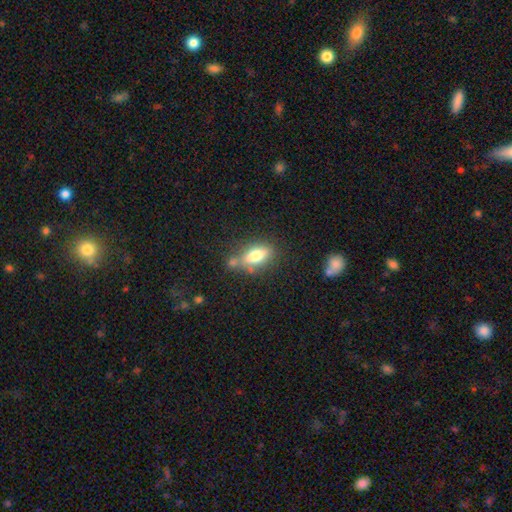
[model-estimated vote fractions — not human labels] smooth-or-featured: smooth: 72% | featured or disk: 19% | star or artifact: 8%
  how-rounded: in between: 80% | cigar-shaped: 14% | round: 6%
  merging: none: 55% | merger: 20% | minor disturbance: 18% | major disturbance: 6%